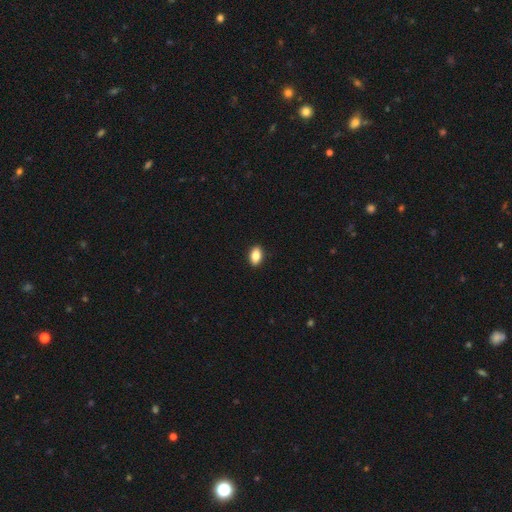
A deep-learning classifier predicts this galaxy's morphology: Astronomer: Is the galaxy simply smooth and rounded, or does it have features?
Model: smooth — 85%.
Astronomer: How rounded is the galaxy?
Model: in between — 89%.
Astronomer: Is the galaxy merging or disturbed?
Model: none — 90%.